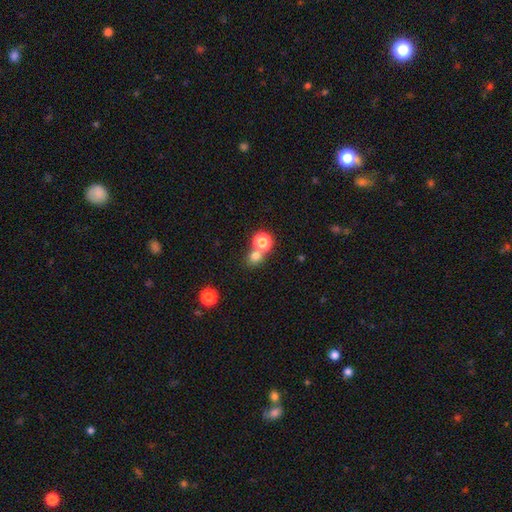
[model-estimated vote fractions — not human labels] This is likely a smooth galaxy (75%). How rounded: clearly round (83%). Merging: possibly none (54%).